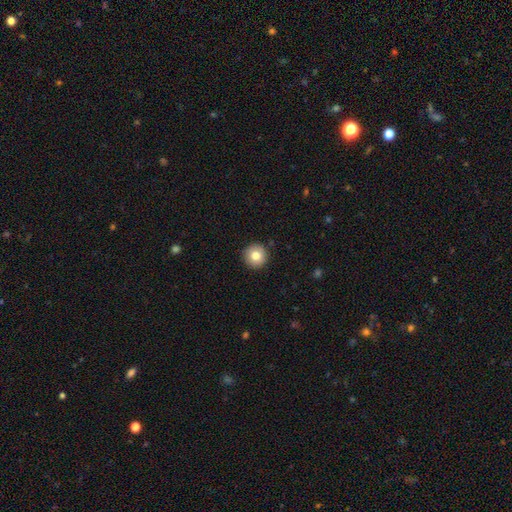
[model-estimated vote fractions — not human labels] smooth 80%, featured or disk 11%, star or artifact 9%. Down the decision tree: how rounded — round (96%); merging — none (92%).